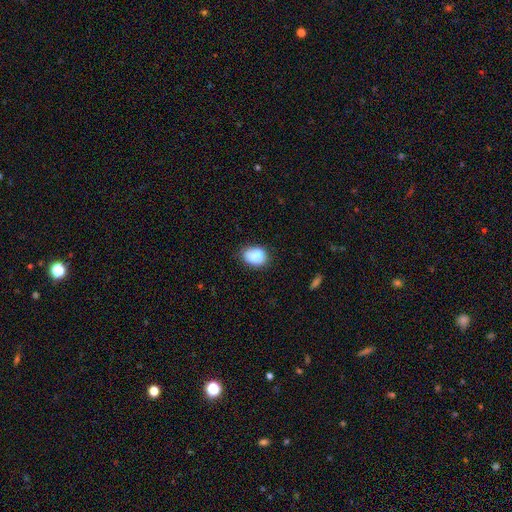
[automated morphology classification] Smooth or featured? smooth (81%)
How rounded? in between (71%)
Merging? none (59%)